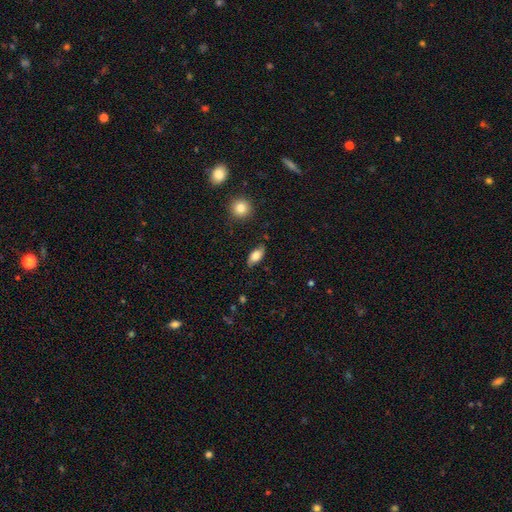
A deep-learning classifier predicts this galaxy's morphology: This appears to be a smooth galaxy with no disk features (74%) that is in between round and cigar-shaped (86%). Merging: none (79%).